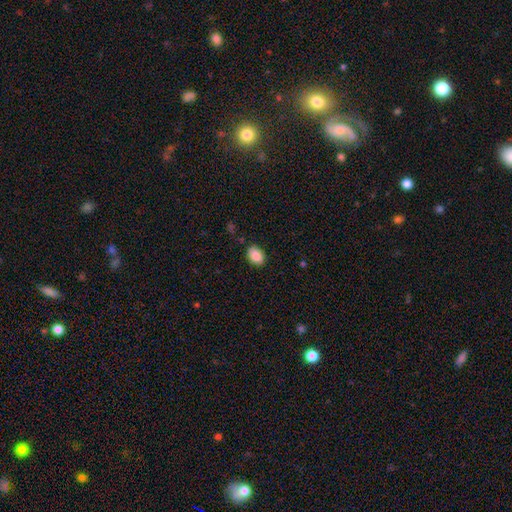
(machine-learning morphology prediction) Overall: smooth (88%). How rounded: in between (80%). Merging: none (85%).